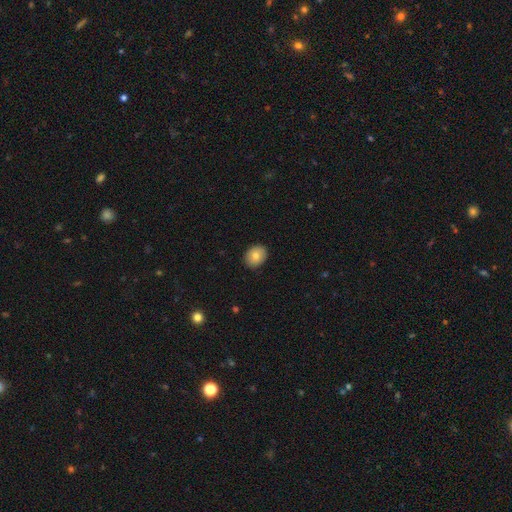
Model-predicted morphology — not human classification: Smooth or featured? smooth (80%)
How rounded? in between (53%)
Merging? none (89%)